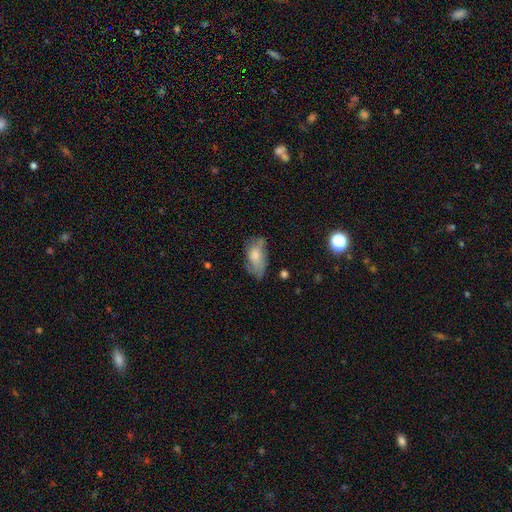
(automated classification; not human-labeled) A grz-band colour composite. It shows a smooth galaxy with no disk features (60%) that is in between round and cigar-shaped (91%). Merging: none (46%).